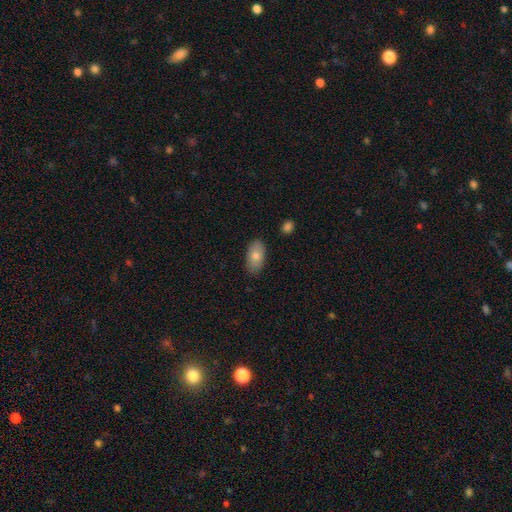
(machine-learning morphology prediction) Smooth or featured?
  - smooth: 78% *
  - featured or disk: 16%
  - star or artifact: 6%
How rounded?
  - in between: 93% *
  - round: 4%
  - cigar-shaped: 3%
Merging?
  - none: 85% *
  - minor disturbance: 12%
  - major disturbance: 2%
  - merger: 1%